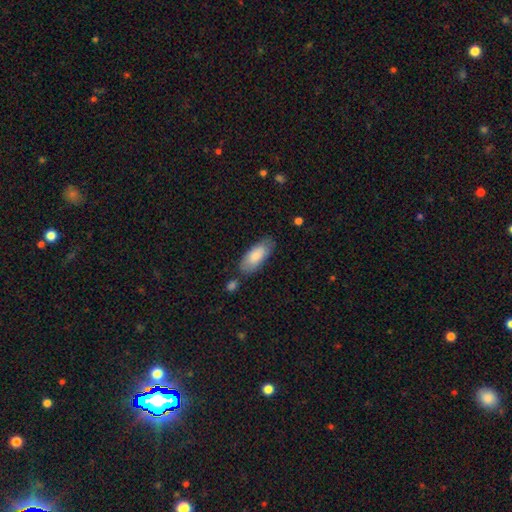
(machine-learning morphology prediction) The model was most divided on "merging": none: 72%, minor disturbance: 17%, merger: 7%, major disturbance: 4%. More confident: smooth or featured — smooth (83%); how rounded — in between (81%).